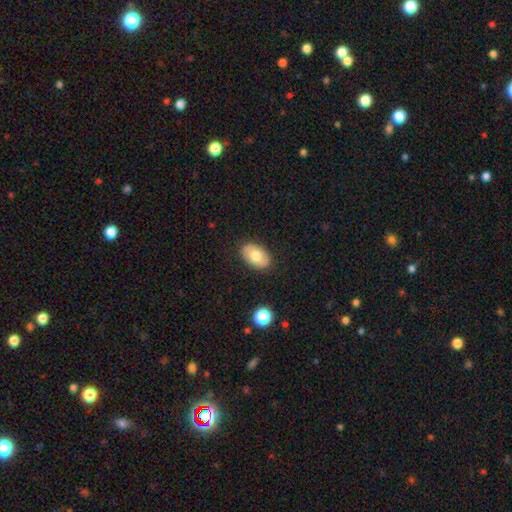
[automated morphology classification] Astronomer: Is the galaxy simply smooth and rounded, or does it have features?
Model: smooth — 69%.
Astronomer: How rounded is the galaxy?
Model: in between — 89%.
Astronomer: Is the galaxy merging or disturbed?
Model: none — 85%.